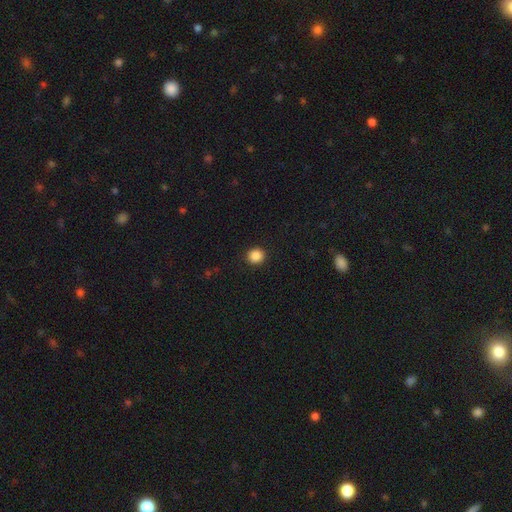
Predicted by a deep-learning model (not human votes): This is clearly a smooth galaxy (86%). How rounded: clearly round (90%). Merging: clearly none (92%).